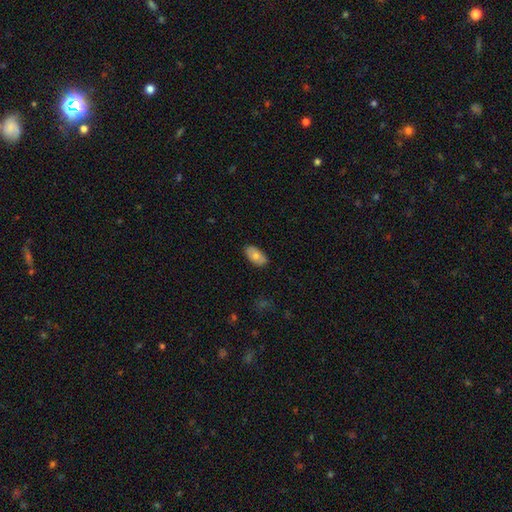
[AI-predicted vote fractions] Q: Smooth or featured?
A: smooth (72%); runner-up: featured or disk (22%)
Q: How rounded?
A: in between (94%); runner-up: round (4%)
Q: Merging?
A: none (84%); runner-up: minor disturbance (13%)